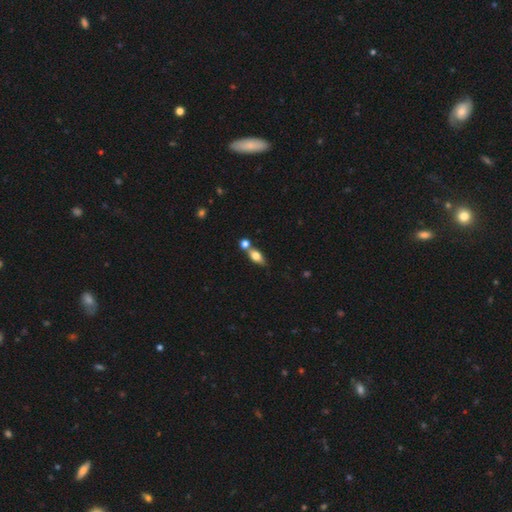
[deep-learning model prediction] Smooth or featured?
  - smooth: 69% *
  - featured or disk: 23%
  - star or artifact: 8%
How rounded?
  - in between: 75% *
  - cigar-shaped: 15%
  - round: 10%
Merging?
  - none: 54% *
  - merger: 30%
  - minor disturbance: 12%
  - major disturbance: 4%